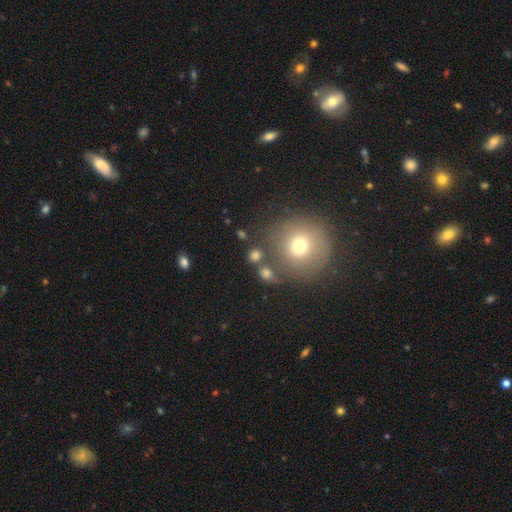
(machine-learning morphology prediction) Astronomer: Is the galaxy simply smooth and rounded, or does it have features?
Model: smooth — 69%.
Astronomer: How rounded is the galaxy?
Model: round — 81%.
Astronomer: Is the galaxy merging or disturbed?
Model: none — 66%.